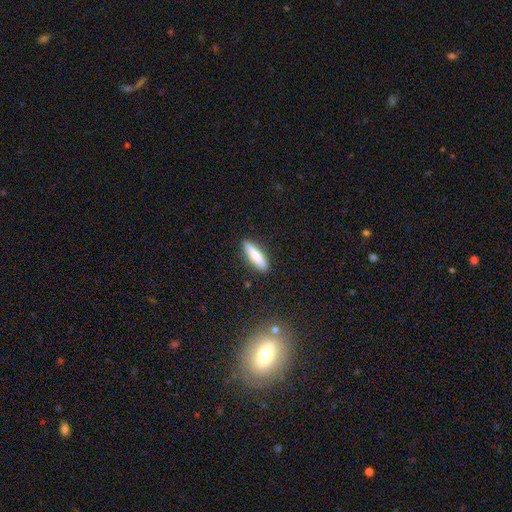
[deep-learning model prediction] smooth_or_featured: smooth (p=0.78) [alt: featured or disk p=0.17]
how_rounded: cigar-shaped (p=0.75) [alt: in between p=0.23]
merging: none (p=0.89) [alt: minor disturbance p=0.07]